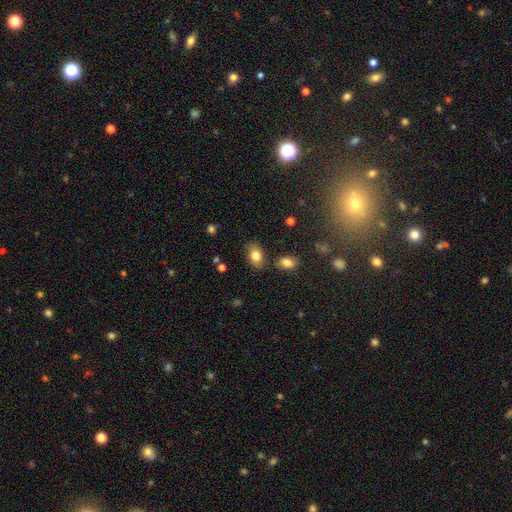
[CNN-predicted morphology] A smooth galaxy with no disk features (81%) that is in between round and cigar-shaped (82%).

Vote fractions:
- Smooth or featured? smooth: 81% / featured or disk: 10% / star or artifact: 9%
- How rounded? in between: 82% / round: 17% / cigar-shaped: 1%
- Merging? none: 78% / minor disturbance: 14% / merger: 5% / major disturbance: 3%